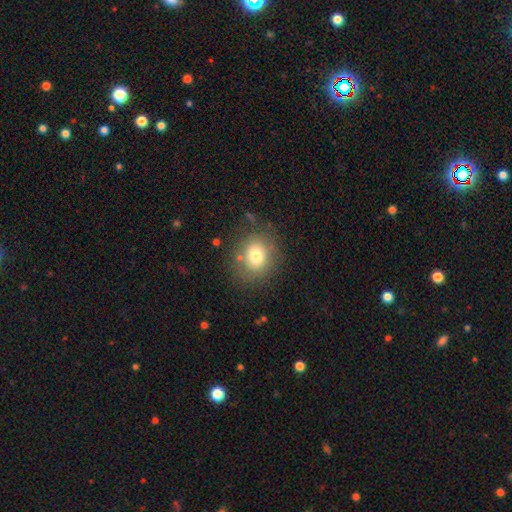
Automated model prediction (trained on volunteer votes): The model was most divided on "how rounded": round: 72%, in between: 27%, cigar-shaped: 1%. More confident: merging — none (78%); smooth or featured — smooth (75%).